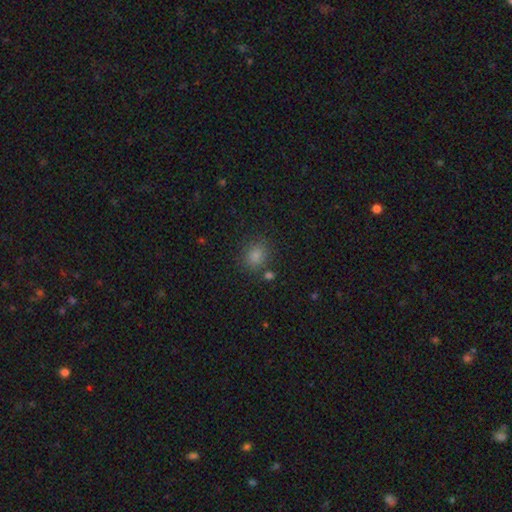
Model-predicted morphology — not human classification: Smooth or featured?
  - smooth: 77% *
  - star or artifact: 18%
  - featured or disk: 5%
How rounded?
  - round: 75% *
  - in between: 24%
  - cigar-shaped: 1%
Merging?
  - none: 83% *
  - minor disturbance: 9%
  - merger: 5%
  - major disturbance: 3%